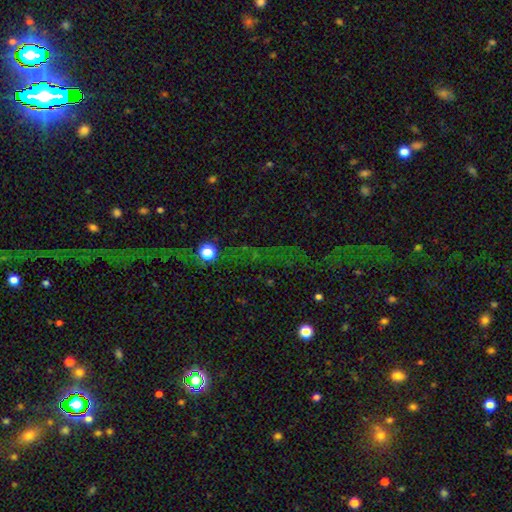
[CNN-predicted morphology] Smooth or featured: star or artifact — 77% (smooth — 12%)